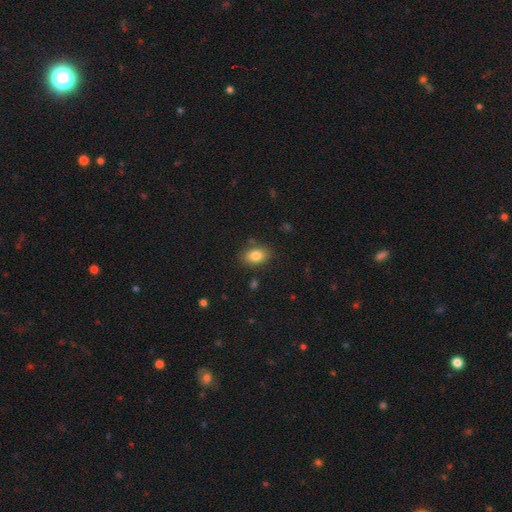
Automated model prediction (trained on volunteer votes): smooth_or_featured: smooth (p=0.83) [alt: star or artifact p=0.09]
how_rounded: in between (p=0.82) [alt: round p=0.16]
merging: none (p=0.83) [alt: minor disturbance p=0.11]